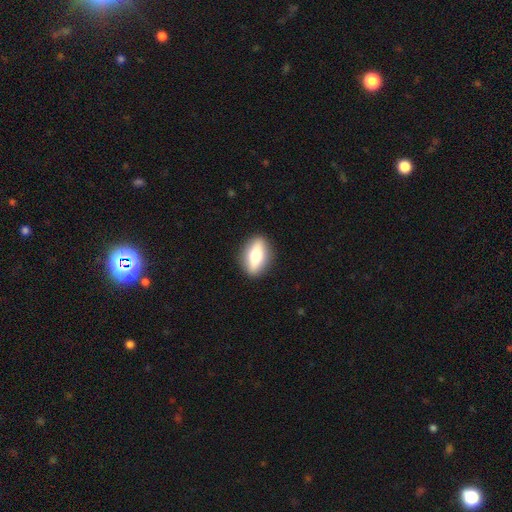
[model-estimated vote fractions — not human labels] Smooth or featured?
  - smooth: 61% *
  - featured or disk: 31%
  - star or artifact: 7%
How rounded?
  - in between: 78% *
  - cigar-shaped: 11%
  - round: 11%
Merging?
  - none: 89% *
  - minor disturbance: 8%
  - major disturbance: 2%
  - merger: 1%